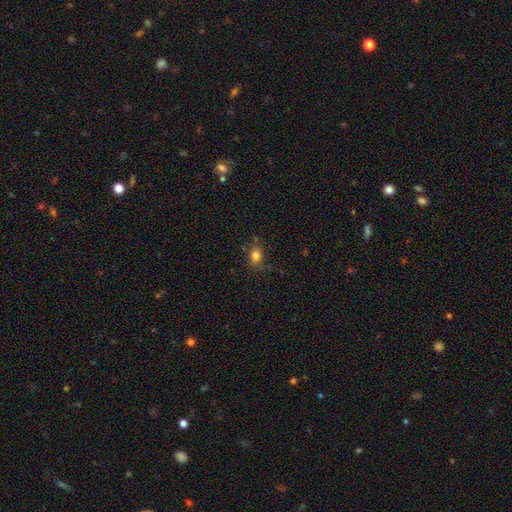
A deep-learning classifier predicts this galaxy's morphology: A smooth galaxy with no disk features (81%) that is in between round and cigar-shaped (60%).

Vote fractions:
- Smooth or featured? smooth: 81% / star or artifact: 12% / featured or disk: 7%
- How rounded? in between: 60% / round: 39% / cigar-shaped: 1%
- Merging? none: 75% / minor disturbance: 18% / major disturbance: 5% / merger: 2%